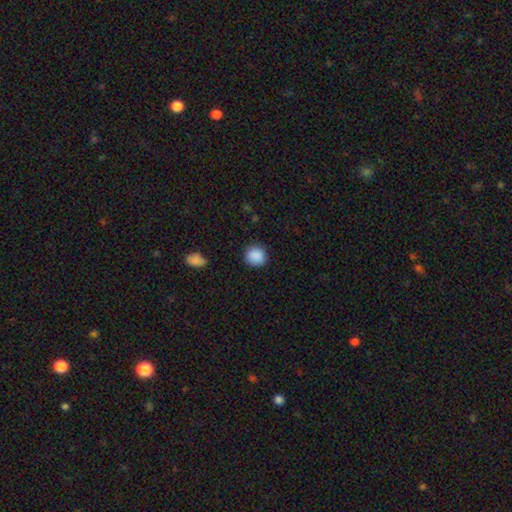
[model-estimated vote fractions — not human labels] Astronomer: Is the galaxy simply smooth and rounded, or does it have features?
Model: smooth — 89%.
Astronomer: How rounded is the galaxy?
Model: round — 89%.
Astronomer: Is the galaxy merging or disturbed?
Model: none — 89%.